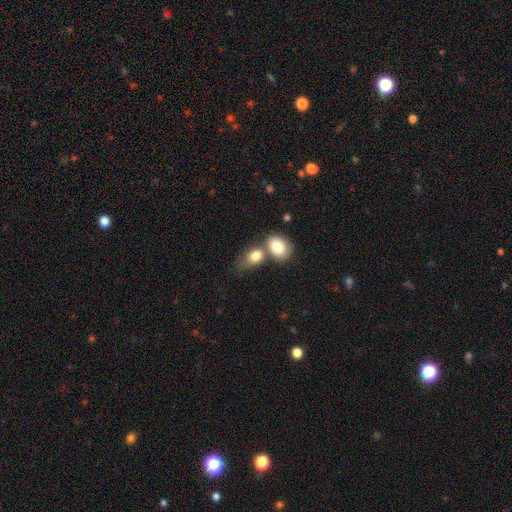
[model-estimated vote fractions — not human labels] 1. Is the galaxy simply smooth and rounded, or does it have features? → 82% smooth, 11% featured or disk, 7% star or artifact.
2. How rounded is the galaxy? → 74% in between, 24% round, 2% cigar-shaped.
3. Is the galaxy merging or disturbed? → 55% merger, 27% none, 12% minor disturbance, 7% major disturbance.